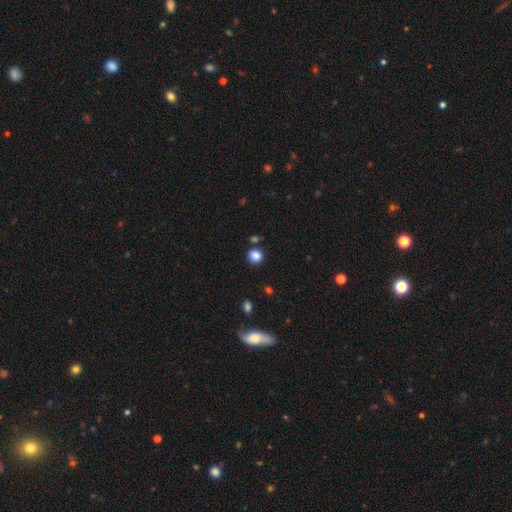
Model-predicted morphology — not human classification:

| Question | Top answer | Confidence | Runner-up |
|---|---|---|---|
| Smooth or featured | smooth | 85% | star or artifact (11%) |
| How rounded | round | 83% | in between (16%) |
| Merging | none | 82% | minor disturbance (9%) |